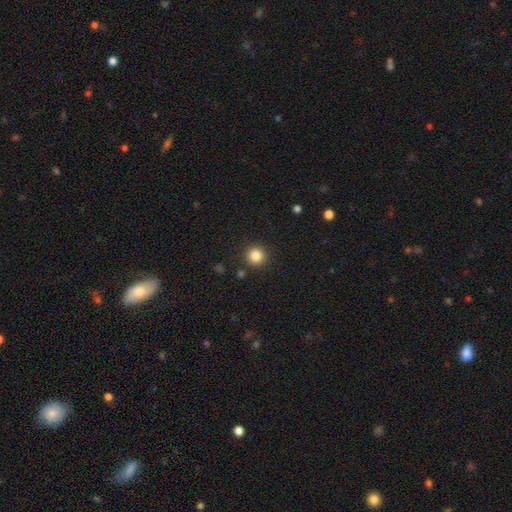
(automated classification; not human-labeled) smooth 84%, star or artifact 11%, featured or disk 5%. Down the decision tree: how rounded — round (94%); merging — none (90%).